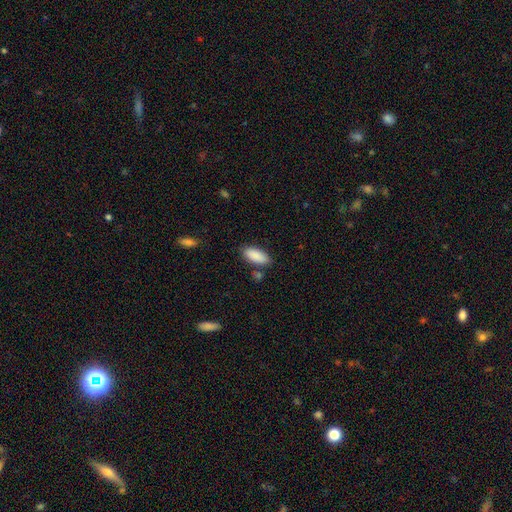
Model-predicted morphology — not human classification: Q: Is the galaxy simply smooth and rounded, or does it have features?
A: smooth — 90%.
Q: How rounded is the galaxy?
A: in between — 85%.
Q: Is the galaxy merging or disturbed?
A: none — 80%.